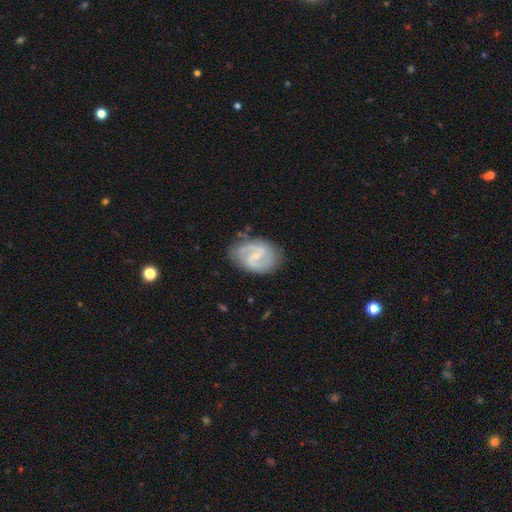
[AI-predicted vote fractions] Smooth or featured?
  - featured or disk: 87% *
  - smooth: 8%
  - star or artifact: 5%
Edge-on disk?
  - no: 98% *
  - yes: 2%
Bar?
  - weak: 56% *
  - no: 26%
  - strong: 18%
Spiral arms?
  - yes: 97% *
  - no: 3%
Spiral winding?
  - medium: 55% *
  - tight: 23%
  - loose: 22%
Spiral arm count?
  - 2: 91% *
  - can't tell: 4%
  - 3: 2%
  - 1: 2%
  - 4: 1%
  - more than 4: 1%
Bulge size?
  - small: 66% *
  - none: 17%
  - moderate: 16%
  - large: 1%
  - dominant: 1%
Merging?
  - none: 79% *
  - minor disturbance: 15%
  - major disturbance: 4%
  - merger: 2%